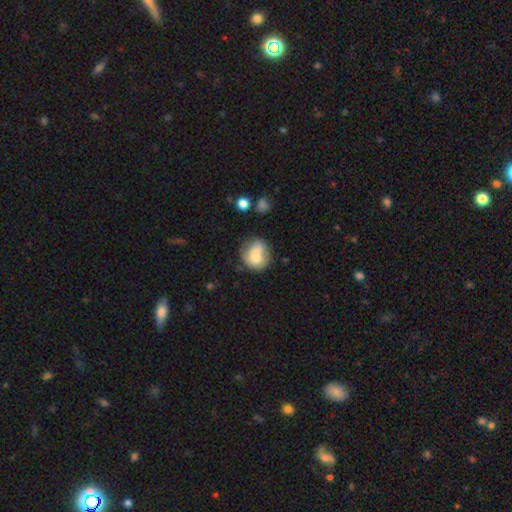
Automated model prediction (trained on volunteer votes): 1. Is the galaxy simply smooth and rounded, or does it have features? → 71% smooth, 20% featured or disk, 9% star or artifact.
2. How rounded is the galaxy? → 69% round, 30% in between, 1% cigar-shaped.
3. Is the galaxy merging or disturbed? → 46% none, 28% minor disturbance, 14% major disturbance, 12% merger.